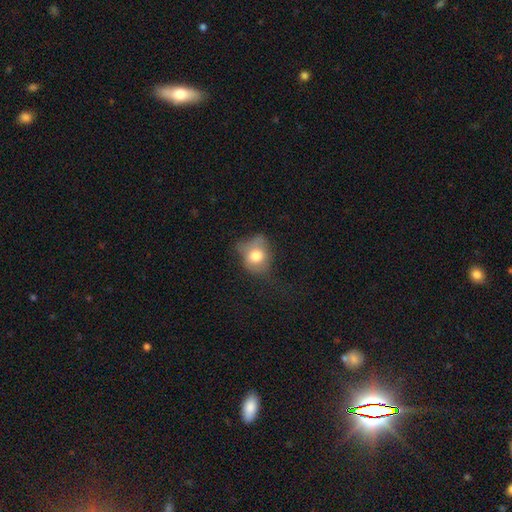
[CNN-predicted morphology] This is likely a smooth galaxy (71%). How rounded: possibly round (55%). Merging: marginally none (36%).